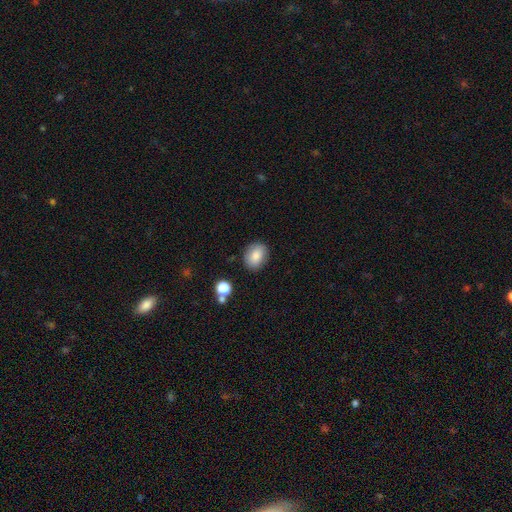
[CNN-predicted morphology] The model was most divided on "how rounded": in between: 57%, round: 42%, cigar-shaped: 1%. More confident: merging — none (84%); smooth or featured — smooth (84%).